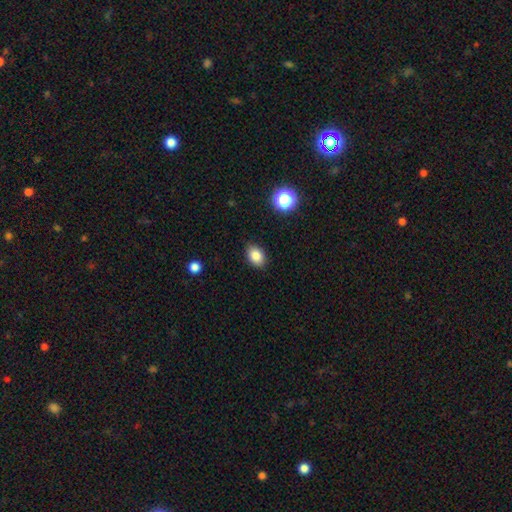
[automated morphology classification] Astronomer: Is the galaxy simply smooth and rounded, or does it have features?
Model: smooth — 84%.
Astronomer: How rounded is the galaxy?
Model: in between — 77%.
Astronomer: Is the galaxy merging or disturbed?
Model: none — 87%.